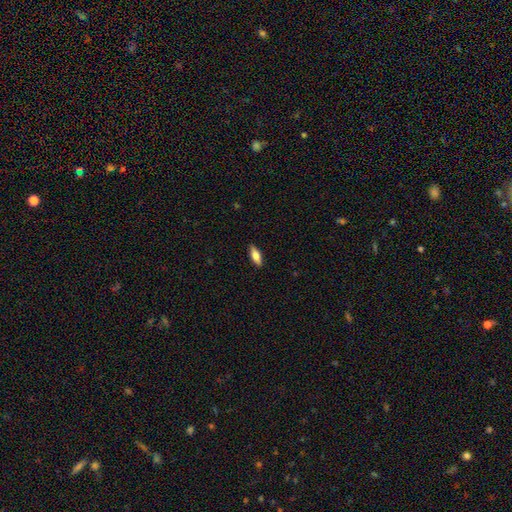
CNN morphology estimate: Q: Smooth or featured?
A: smooth (67%); runner-up: featured or disk (27%)
Q: How rounded?
A: in between (66%); runner-up: cigar-shaped (31%)
Q: Merging?
A: none (89%); runner-up: minor disturbance (8%)